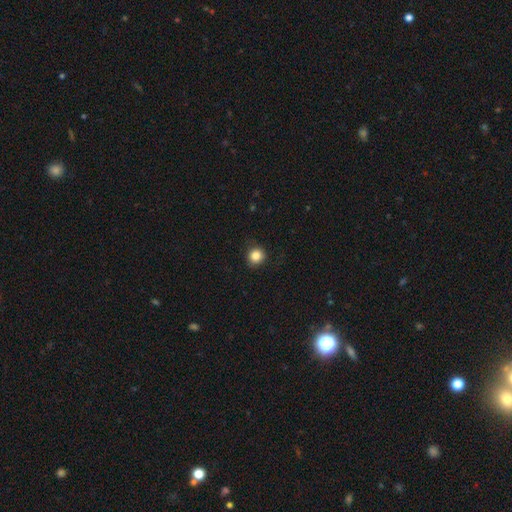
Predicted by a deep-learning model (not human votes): smooth-or-featured: smooth: 84% | star or artifact: 11% | featured or disk: 5%
  how-rounded: round: 91% | in between: 9% | cigar-shaped: 1%
  merging: none: 87% | minor disturbance: 9% | major disturbance: 2% | merger: 1%